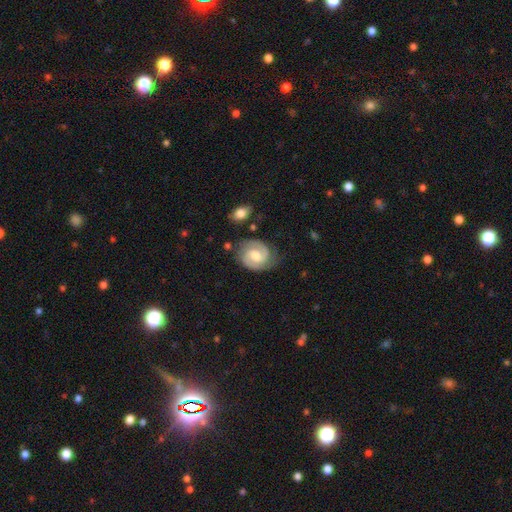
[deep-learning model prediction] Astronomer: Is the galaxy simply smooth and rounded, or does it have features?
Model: featured or disk — 83%.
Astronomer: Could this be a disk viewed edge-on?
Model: no — 98%.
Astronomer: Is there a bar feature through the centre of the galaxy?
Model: weak — 50% (runner-up: no, 40%).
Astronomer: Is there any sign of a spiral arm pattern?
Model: yes — 97%.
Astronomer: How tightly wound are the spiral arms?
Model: medium — 46% (runner-up: tight, 44%).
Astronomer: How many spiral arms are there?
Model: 2 — 90%.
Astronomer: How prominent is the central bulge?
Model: moderate — 63%.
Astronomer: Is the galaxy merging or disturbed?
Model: none — 76%.